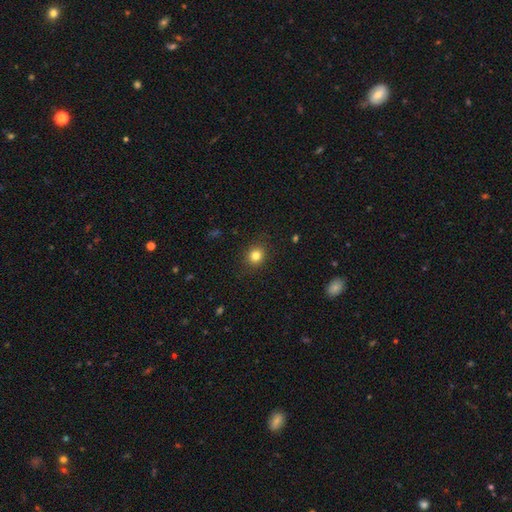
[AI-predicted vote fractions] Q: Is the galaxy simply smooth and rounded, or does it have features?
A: smooth — 81%.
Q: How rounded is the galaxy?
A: round — 76%.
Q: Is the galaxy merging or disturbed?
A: none — 88%.